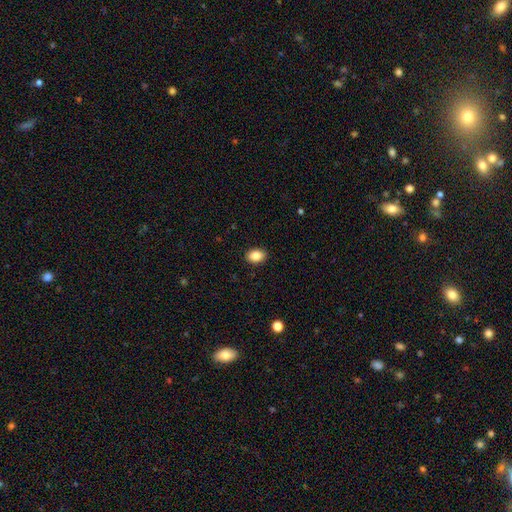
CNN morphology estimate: Smooth or featured?
  - smooth: 86% *
  - star or artifact: 8%
  - featured or disk: 5%
How rounded?
  - in between: 75% *
  - round: 24%
  - cigar-shaped: 1%
Merging?
  - none: 90% *
  - minor disturbance: 8%
  - major disturbance: 2%
  - merger: 1%